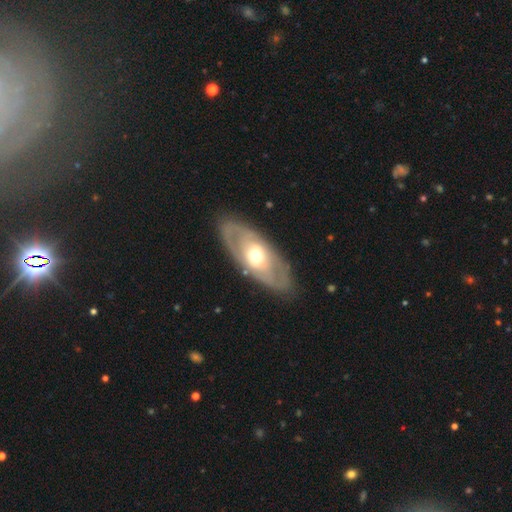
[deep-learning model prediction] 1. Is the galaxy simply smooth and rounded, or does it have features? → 67% featured or disk, 28% smooth, 5% star or artifact.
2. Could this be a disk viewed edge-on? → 86% no, 14% yes.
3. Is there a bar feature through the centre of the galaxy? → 70% no, 22% weak, 8% strong.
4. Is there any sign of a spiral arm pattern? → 53% no, 47% yes.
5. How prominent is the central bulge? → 70% moderate, 17% small, 11% large, 1% dominant, 1% none.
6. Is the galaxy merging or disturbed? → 83% none, 11% minor disturbance, 4% major disturbance, 1% merger.